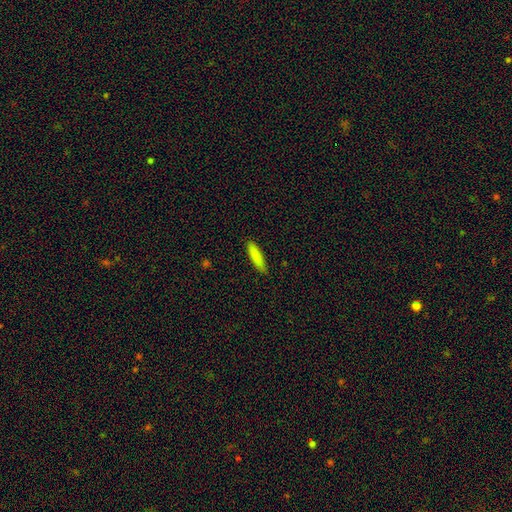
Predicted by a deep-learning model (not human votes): smooth_or_featured: smooth (p=0.85) [alt: featured or disk p=0.09]
how_rounded: cigar-shaped (p=0.80) [alt: in between p=0.19]
merging: none (p=0.85) [alt: minor disturbance p=0.12]